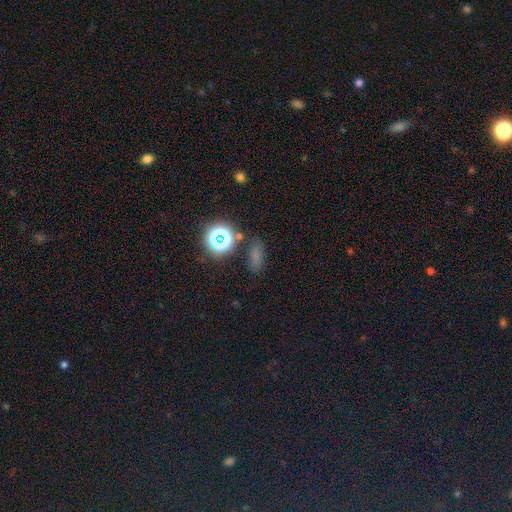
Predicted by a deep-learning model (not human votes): Smooth or featured? smooth (62%)
How rounded? in between (63%)
Merging? none (76%)